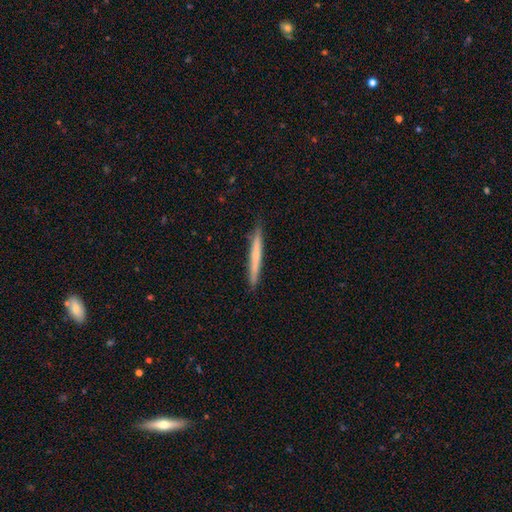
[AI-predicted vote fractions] This appears to be a smooth galaxy with no disk features (59%) that is cigar-shaped (97%). Merging: none (89%).